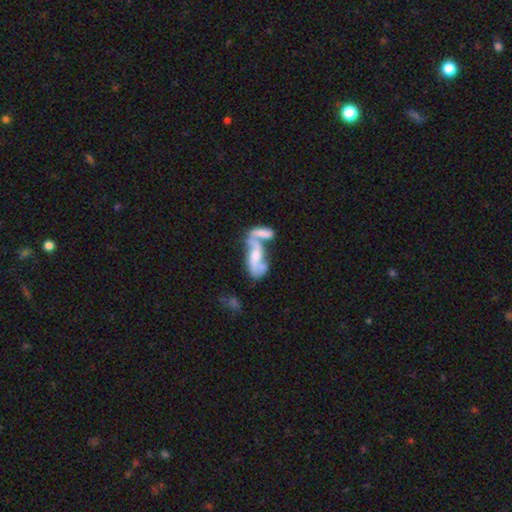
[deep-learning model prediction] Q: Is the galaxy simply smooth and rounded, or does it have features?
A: featured or disk — 69%.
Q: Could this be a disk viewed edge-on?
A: no — 89%.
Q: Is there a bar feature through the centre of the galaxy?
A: no — 57%.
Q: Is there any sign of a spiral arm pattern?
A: yes — 80%.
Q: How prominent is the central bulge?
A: moderate — 49%.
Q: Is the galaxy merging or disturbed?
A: merger — 60%.